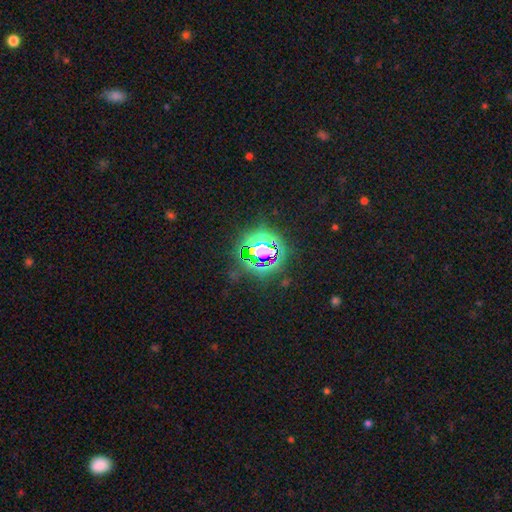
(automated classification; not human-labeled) star or artifact 77%, smooth 13%, featured or disk 10%.